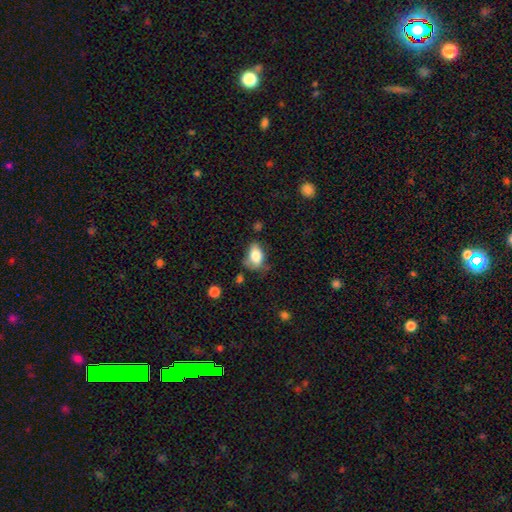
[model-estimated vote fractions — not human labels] Q: Smooth or featured?
A: smooth (78%); runner-up: featured or disk (14%)
Q: How rounded?
A: in between (85%); runner-up: round (13%)
Q: Merging?
A: none (48%); runner-up: minor disturbance (34%)